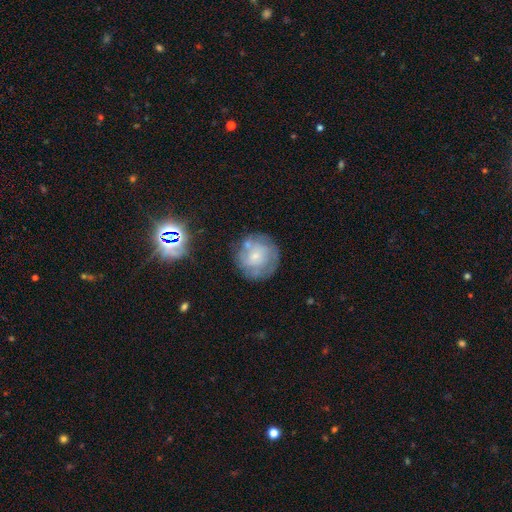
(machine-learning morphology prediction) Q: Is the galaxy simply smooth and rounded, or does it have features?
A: smooth — 47%.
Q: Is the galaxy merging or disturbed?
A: none — 67%.